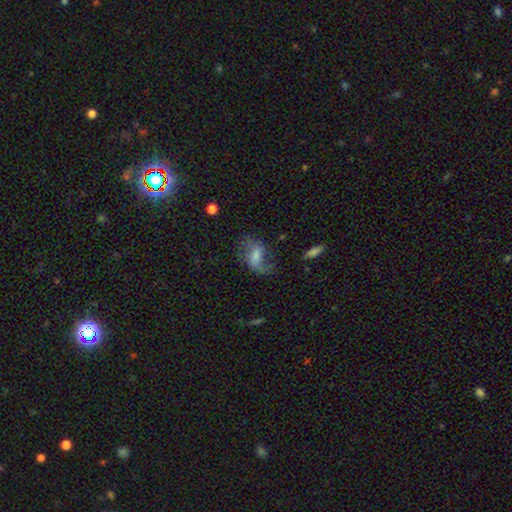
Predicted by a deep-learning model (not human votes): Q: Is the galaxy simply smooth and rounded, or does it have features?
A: featured or disk — 61%.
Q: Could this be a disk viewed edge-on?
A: no — 95%.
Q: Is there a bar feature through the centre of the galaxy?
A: weak — 48%.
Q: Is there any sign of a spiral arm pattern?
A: yes — 87%.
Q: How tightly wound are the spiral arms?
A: loose — 64%.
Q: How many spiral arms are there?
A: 2 — 69%.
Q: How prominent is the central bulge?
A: moderate — 37%.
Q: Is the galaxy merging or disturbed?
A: none — 54%.